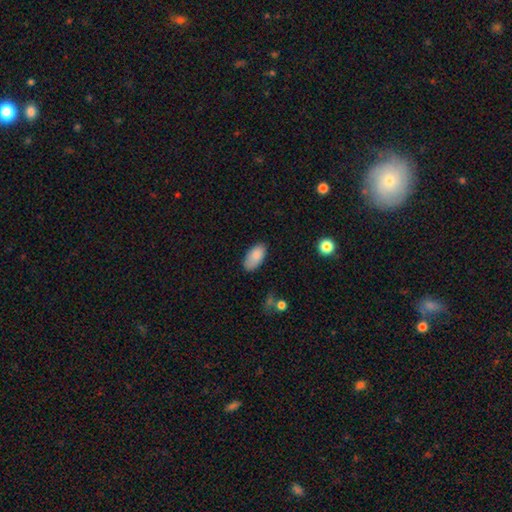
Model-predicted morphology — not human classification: Smooth or featured? Predicted: smooth (p=0.85). How rounded? Predicted: in between (p=0.94). Merging? Predicted: none (p=0.77).